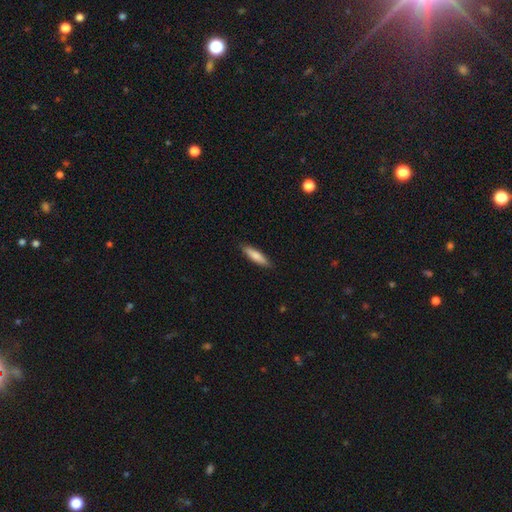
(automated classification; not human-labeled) smooth_or_featured: smooth (p=0.78) [alt: featured or disk p=0.16]
how_rounded: cigar-shaped (p=0.78) [alt: in between p=0.21]
merging: none (p=0.89) [alt: minor disturbance p=0.09]